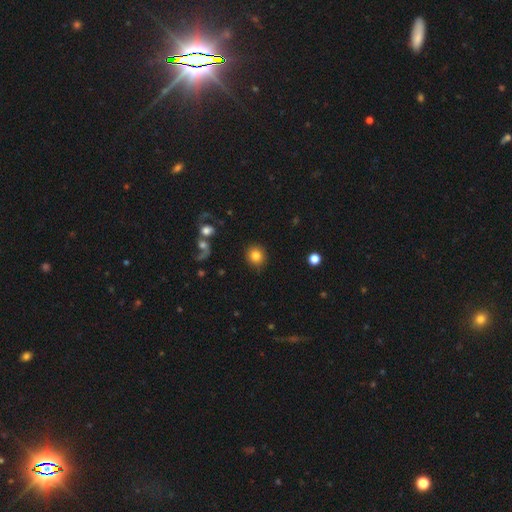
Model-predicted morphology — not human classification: Smooth or featured? Predicted: smooth (p=0.83). How rounded? Predicted: round (p=0.89). Merging? Predicted: none (p=0.88).